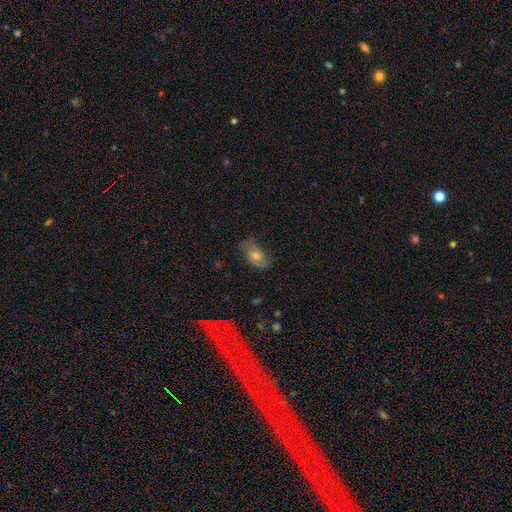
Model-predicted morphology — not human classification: This is possibly a smooth galaxy (47%). Merging: likely none (67%).